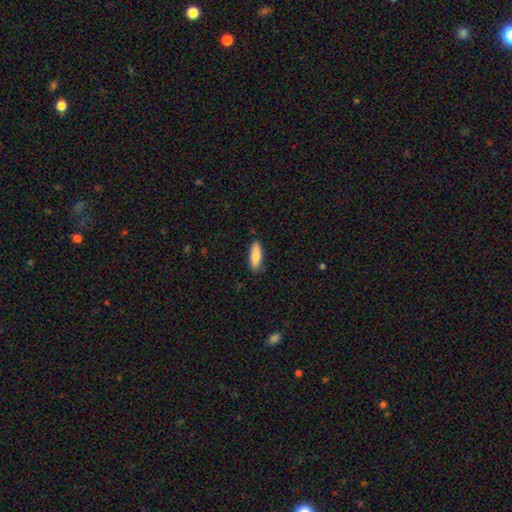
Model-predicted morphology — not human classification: smooth-or-featured: smooth: 86% | featured or disk: 9% | star or artifact: 6%
  how-rounded: in between: 57% | cigar-shaped: 41% | round: 2%
  merging: none: 84% | minor disturbance: 12% | major disturbance: 2% | merger: 1%